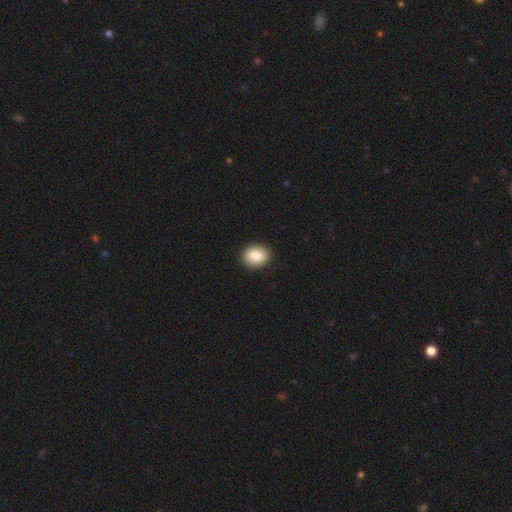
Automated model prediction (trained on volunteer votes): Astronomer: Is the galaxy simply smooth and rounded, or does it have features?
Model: smooth — 84%.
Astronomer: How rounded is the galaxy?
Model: round — 52% (runner-up: in between, 47%).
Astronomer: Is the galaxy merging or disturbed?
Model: none — 91%.